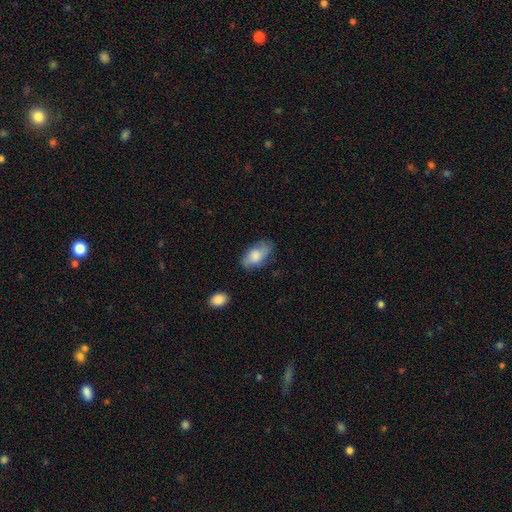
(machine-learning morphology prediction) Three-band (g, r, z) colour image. It shows a smooth galaxy with no disk features (73%) that is in between round and cigar-shaped (92%). Merging: none (70%).